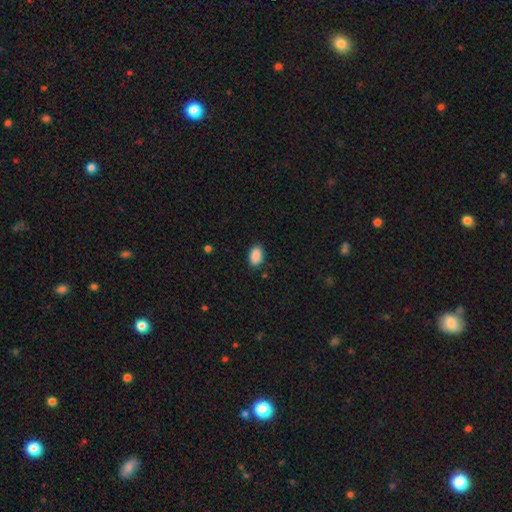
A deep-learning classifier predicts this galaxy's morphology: Smooth or featured?
  - smooth: 90% *
  - star or artifact: 8%
  - featured or disk: 3%
How rounded?
  - in between: 90% *
  - round: 9%
  - cigar-shaped: 1%
Merging?
  - none: 87% *
  - minor disturbance: 10%
  - major disturbance: 2%
  - merger: 1%